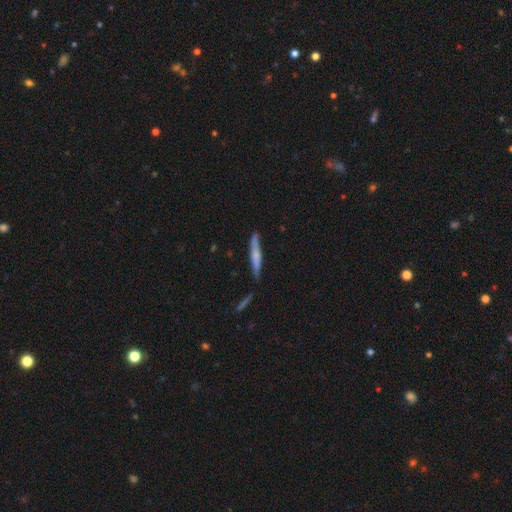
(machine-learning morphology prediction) smooth-or-featured: smooth: 54% | featured or disk: 40% | star or artifact: 6%
  how-rounded: cigar-shaped: 94% | in between: 4% | round: 1%
  merging: none: 80% | minor disturbance: 14% | merger: 4% | major disturbance: 3%